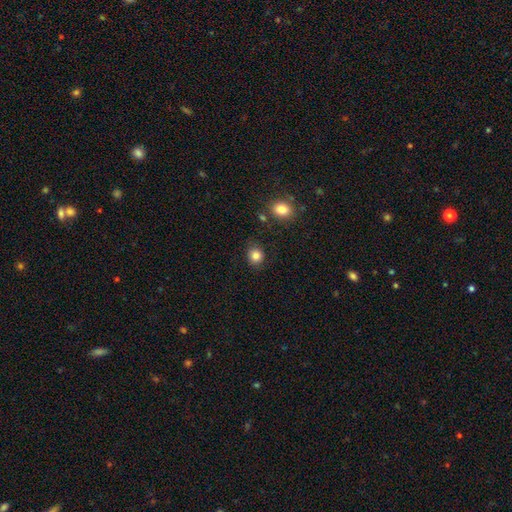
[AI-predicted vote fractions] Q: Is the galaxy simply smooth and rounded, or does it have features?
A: smooth — 85%.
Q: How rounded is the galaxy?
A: round — 80%.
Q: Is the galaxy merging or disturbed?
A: none — 85%.